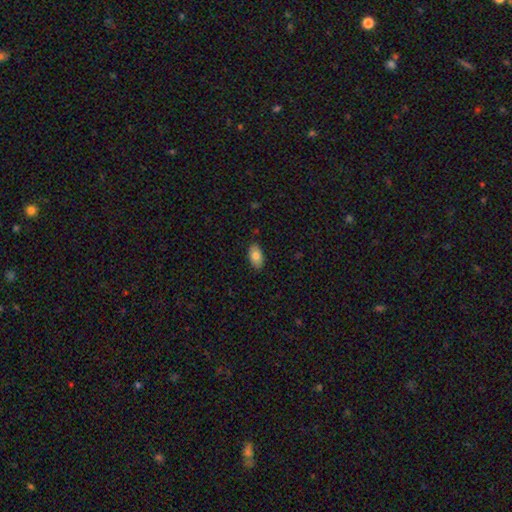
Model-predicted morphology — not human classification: type=smooth (81%); roundness=in between (94%); merging=none (87%).